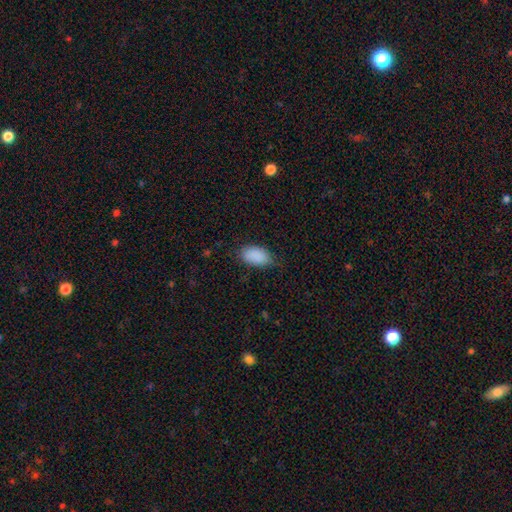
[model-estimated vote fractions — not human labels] This appears to be a smooth galaxy with no disk features (89%) that is in between round and cigar-shaped (94%). Merging: none (71%).